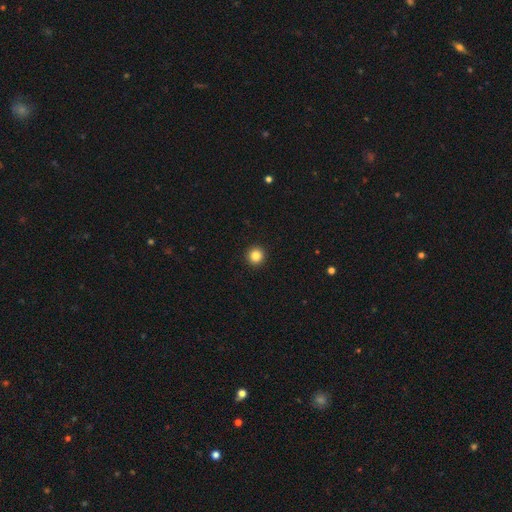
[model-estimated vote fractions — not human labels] This appears to be a smooth galaxy with no disk features (85%) that is round (96%). Merging: none (94%).